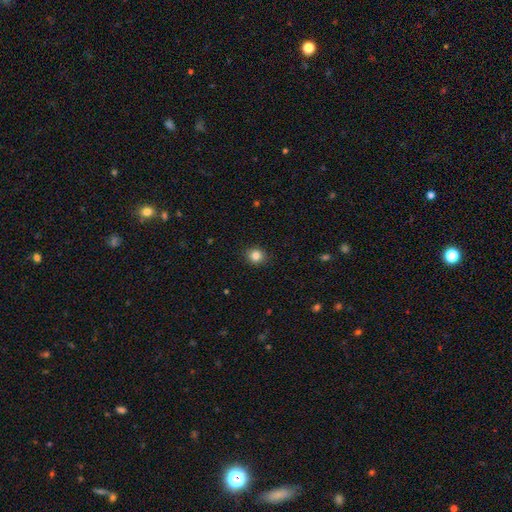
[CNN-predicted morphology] A smooth galaxy with no disk features (85%) that is round (84%). Merging: none (90%).